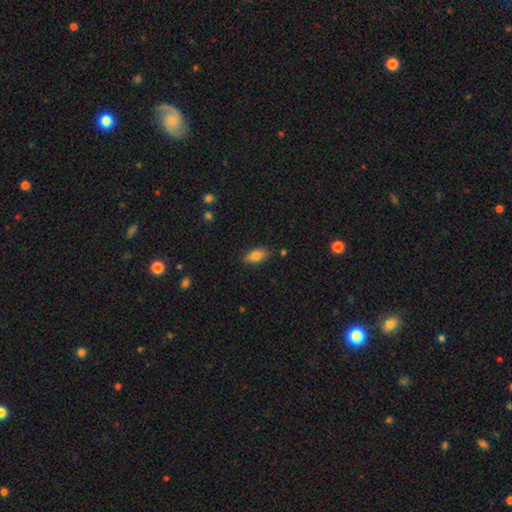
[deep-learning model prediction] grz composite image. It shows a smooth galaxy with no disk features (78%) that is in between round and cigar-shaped (85%). Merging: none (84%).